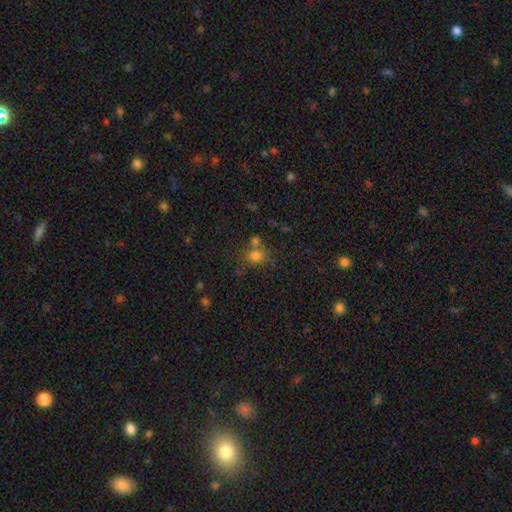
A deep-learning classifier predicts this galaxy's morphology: This appears to be a smooth galaxy with no disk features (72%) that is round (74%). Merging: none (49%).